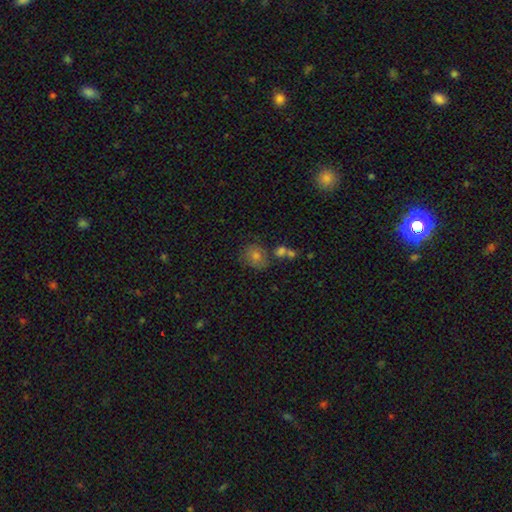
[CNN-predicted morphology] This is likely a smooth galaxy (67%). How rounded: likely round (66%). Merging: likely none (65%).